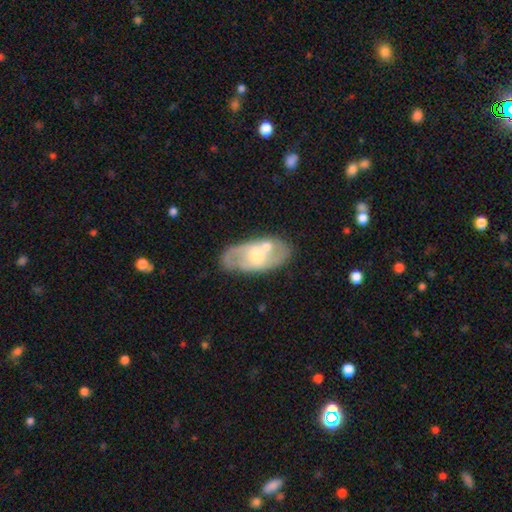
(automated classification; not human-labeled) A featured or disk galaxy (65%) with no bar (46%), spiral arms (65%) and a moderate central bulge (61%). Merging: none (69%).